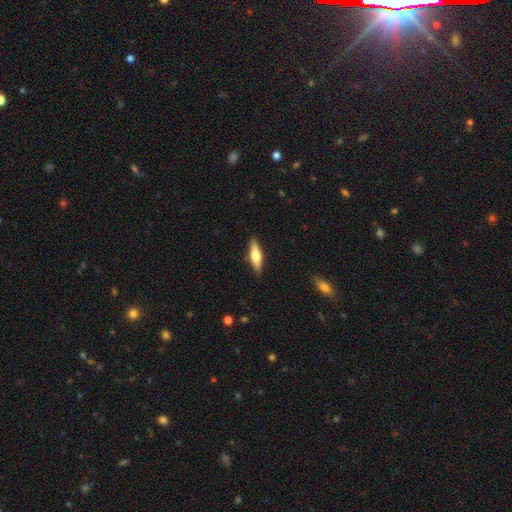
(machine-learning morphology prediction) Smooth or featured?
  - smooth: 50% *
  - featured or disk: 45%
  - star or artifact: 6%
Merging?
  - none: 88% *
  - minor disturbance: 8%
  - major disturbance: 2%
  - merger: 1%